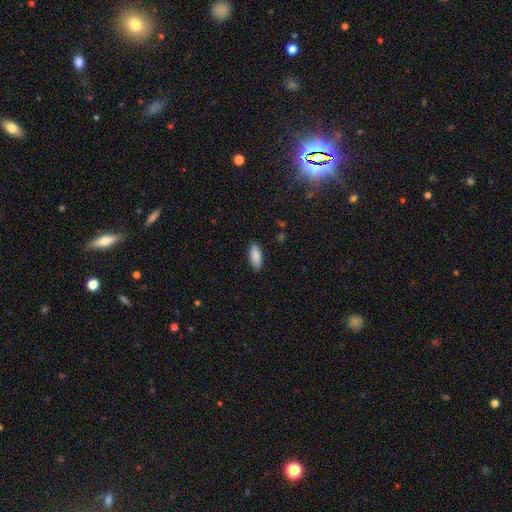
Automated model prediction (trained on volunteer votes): Morphology: type=smooth (88%); roundness=in between (80%); merging=none (88%).